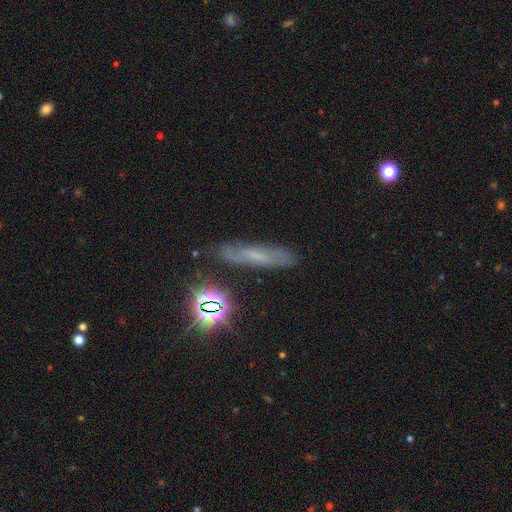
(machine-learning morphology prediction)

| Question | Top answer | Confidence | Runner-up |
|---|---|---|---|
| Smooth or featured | featured or disk | 43% | smooth (34%) |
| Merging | none | 75% | minor disturbance (17%) |